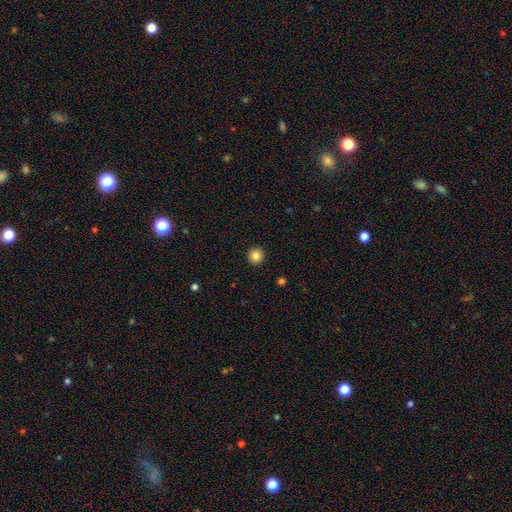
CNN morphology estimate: Q: Smooth or featured?
A: smooth (85%); runner-up: star or artifact (10%)
Q: How rounded?
A: round (96%); runner-up: in between (3%)
Q: Merging?
A: none (94%); runner-up: minor disturbance (4%)